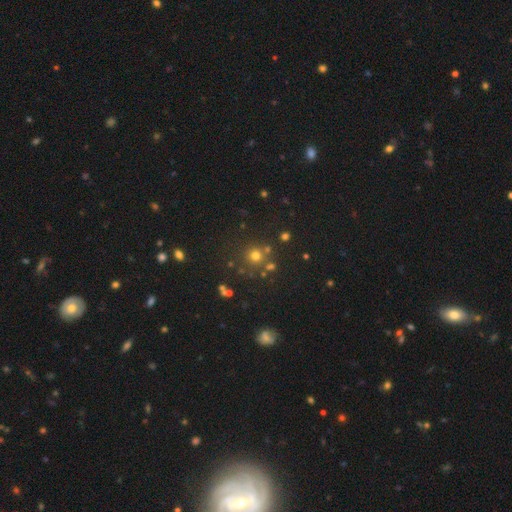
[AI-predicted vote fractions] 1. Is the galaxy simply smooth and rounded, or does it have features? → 65% smooth, 25% star or artifact, 9% featured or disk.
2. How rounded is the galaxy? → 92% round, 7% in between, 1% cigar-shaped.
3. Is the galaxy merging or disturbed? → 75% none, 12% merger, 9% minor disturbance, 4% major disturbance.